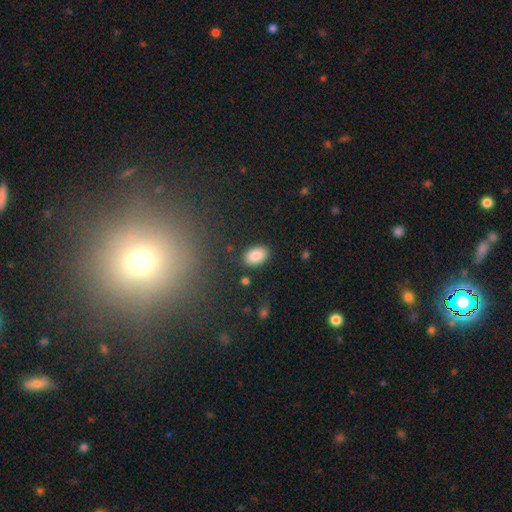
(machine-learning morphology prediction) smooth_or_featured: smooth (p=0.87) [alt: star or artifact p=0.08]
how_rounded: in between (p=0.89) [alt: round p=0.09]
merging: none (p=0.85) [alt: minor disturbance p=0.10]